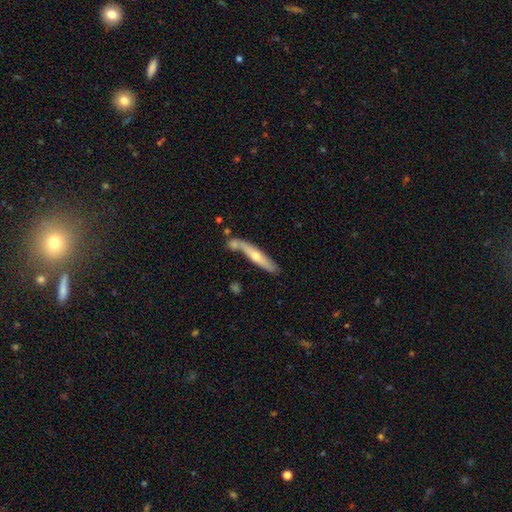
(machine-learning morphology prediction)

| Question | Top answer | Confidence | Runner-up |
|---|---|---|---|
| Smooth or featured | featured or disk | 58% | smooth (36%) |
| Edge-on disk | yes | 84% | no (16%) |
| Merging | none | 62% | minor disturbance (18%) |